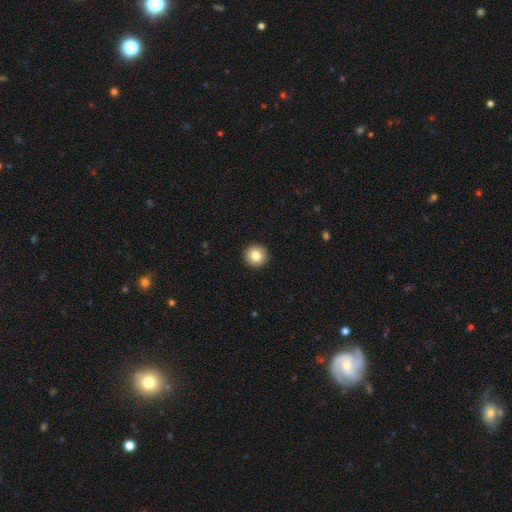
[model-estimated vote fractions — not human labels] The model was most divided on "smooth or featured": smooth: 82%, star or artifact: 9%, featured or disk: 9%. More confident: how rounded — round (96%); merging — none (94%).